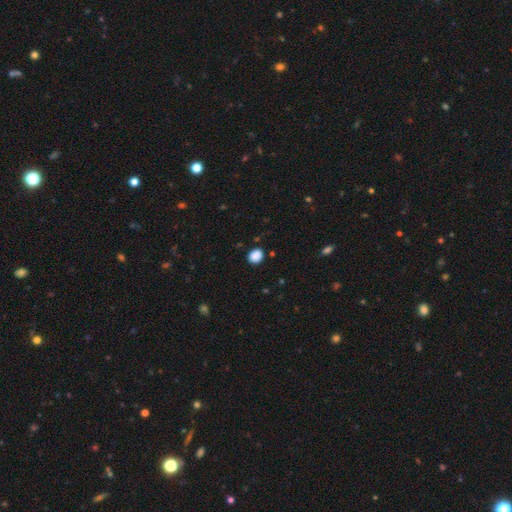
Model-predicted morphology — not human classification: This appears to be a smooth galaxy with no disk features (88%) that is round (61%). Merging: none (87%).